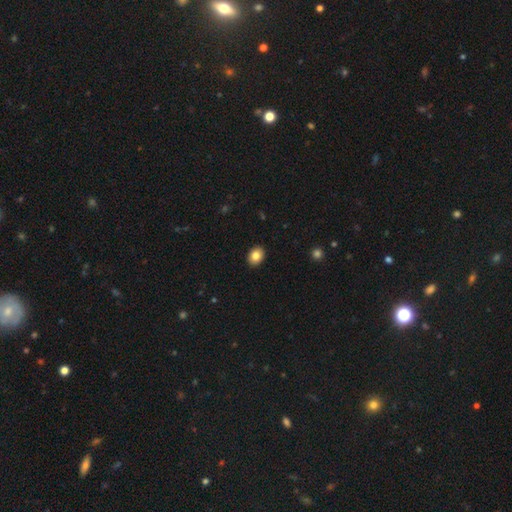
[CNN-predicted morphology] Smooth or featured? Predicted: smooth (p=0.85). How rounded? Predicted: in between (p=0.60). Merging? Predicted: none (p=0.91).